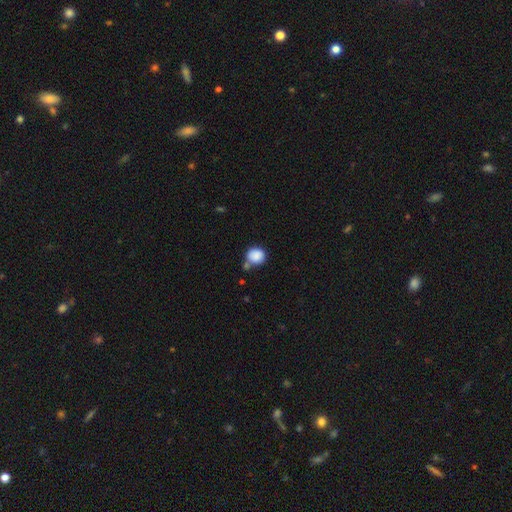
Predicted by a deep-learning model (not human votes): Smooth or featured? Predicted: smooth (p=0.87). How rounded? Predicted: round (p=0.80). Merging? Predicted: none (p=0.57).